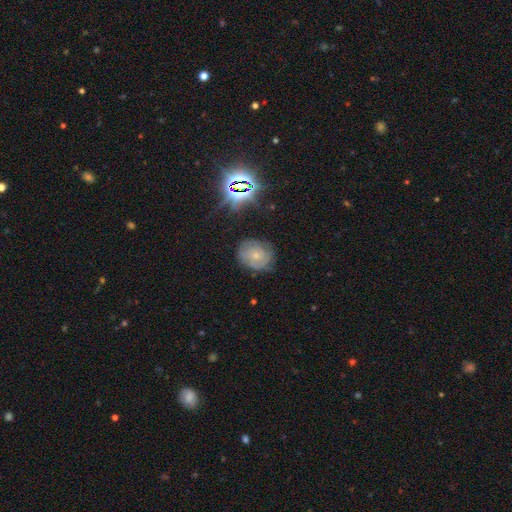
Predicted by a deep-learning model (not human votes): This appears to be a featured or disk galaxy (58%) with no bar (78%), spiral arms (84%) and a small central bulge (68%). Merging: none (73%).